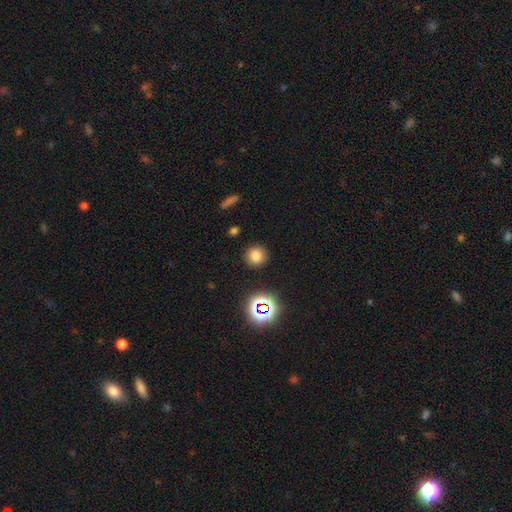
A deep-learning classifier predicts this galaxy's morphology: Smooth or featured? Predicted: smooth (p=0.75). How rounded? Predicted: round (p=0.92). Merging? Predicted: none (p=0.90).